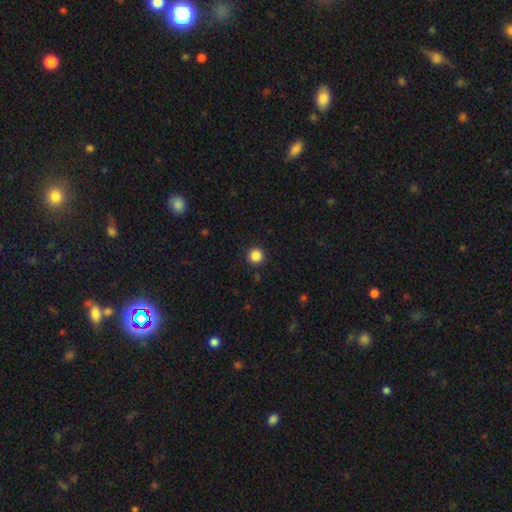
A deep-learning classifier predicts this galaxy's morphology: A smooth galaxy with no disk features (86%) that is round (96%).

Vote fractions:
- Smooth or featured? smooth: 86% / star or artifact: 11% / featured or disk: 3%
- How rounded? round: 96% / in between: 3% / cigar-shaped: 1%
- Merging? none: 93% / minor disturbance: 4% / major disturbance: 2% / merger: 1%